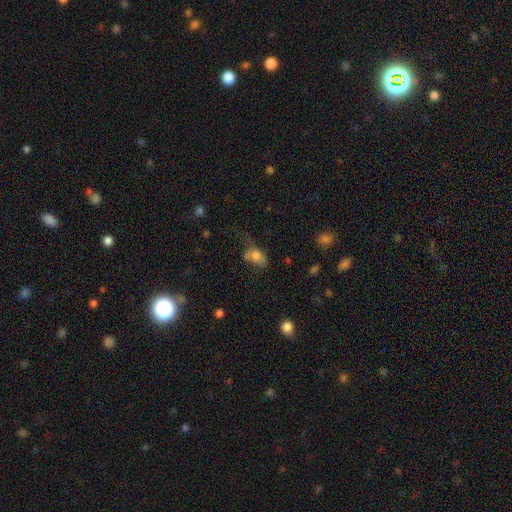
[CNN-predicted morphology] Smooth or featured? smooth (74%)
How rounded? in between (78%)
Merging? none (33%)